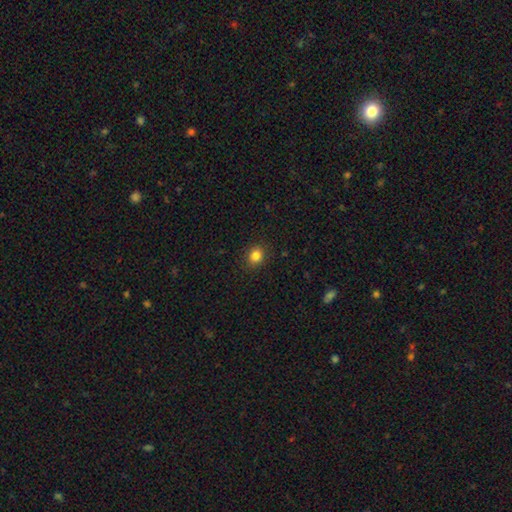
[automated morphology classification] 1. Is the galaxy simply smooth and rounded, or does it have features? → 83% smooth, 12% star or artifact, 5% featured or disk.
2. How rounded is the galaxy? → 76% round, 23% in between, 1% cigar-shaped.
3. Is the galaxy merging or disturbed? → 90% none, 7% minor disturbance, 2% major disturbance, 1% merger.